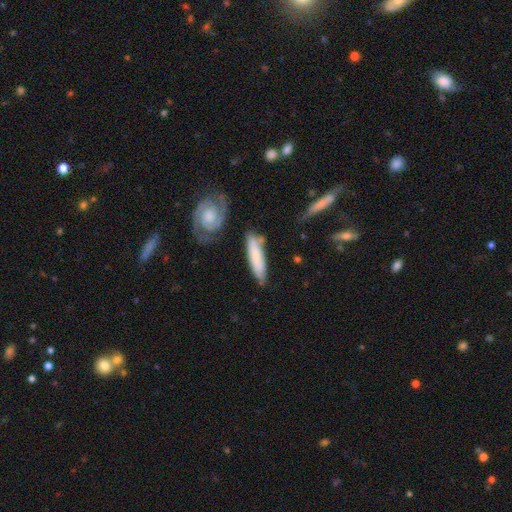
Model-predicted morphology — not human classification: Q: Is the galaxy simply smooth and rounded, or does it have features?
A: smooth — 60%.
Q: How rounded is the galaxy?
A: cigar-shaped — 80%.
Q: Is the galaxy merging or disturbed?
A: none — 73%.